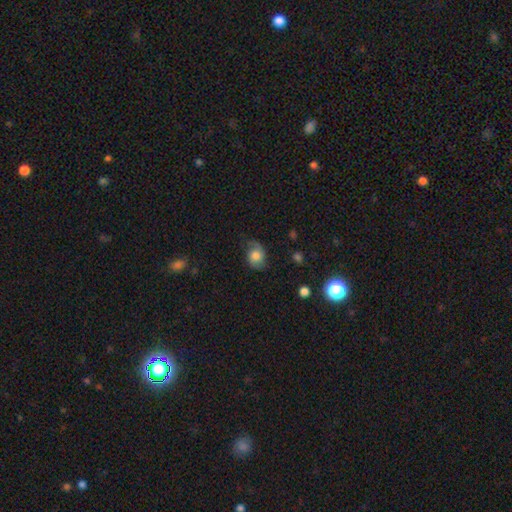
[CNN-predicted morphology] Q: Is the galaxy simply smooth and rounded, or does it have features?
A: smooth — 54%.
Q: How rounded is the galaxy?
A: in between — 52%.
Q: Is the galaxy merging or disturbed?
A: none — 58%.